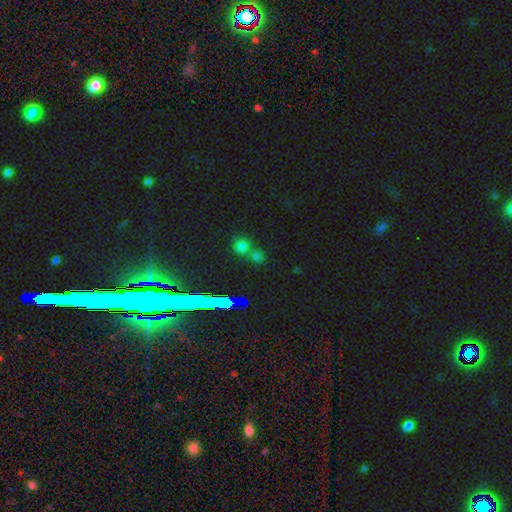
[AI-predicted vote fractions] smooth 53%, star or artifact 39%, featured or disk 8%. Down the decision tree: how rounded — round (83%); merging — none (60%).